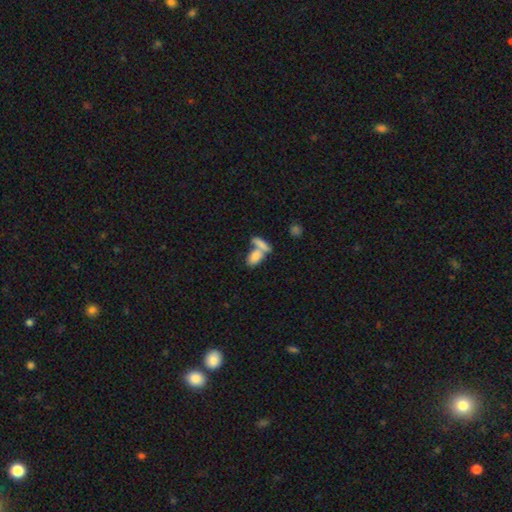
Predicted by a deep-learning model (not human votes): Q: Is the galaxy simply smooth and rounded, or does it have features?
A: smooth — 79%.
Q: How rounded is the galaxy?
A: in between — 84%.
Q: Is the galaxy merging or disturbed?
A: merger — 57%.